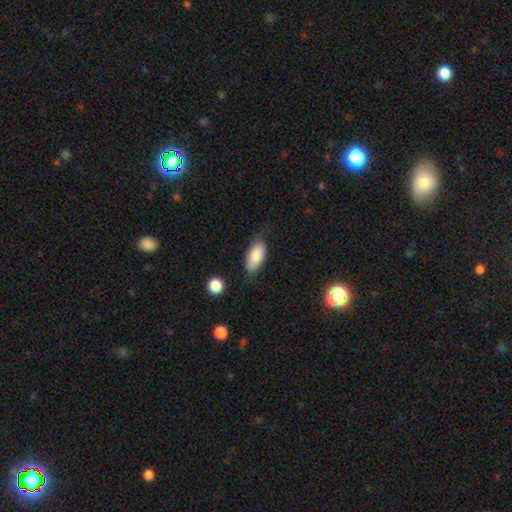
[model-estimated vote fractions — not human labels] smooth_or_featured: smooth (p=0.82) [alt: featured or disk p=0.11]
how_rounded: in between (p=0.90) [alt: cigar-shaped p=0.08]
merging: none (p=0.70) [alt: minor disturbance p=0.22]